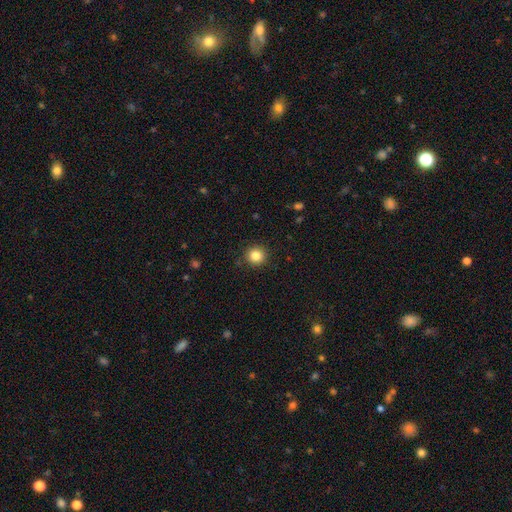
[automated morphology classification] This appears to be a smooth galaxy with no disk features (84%) that is round (94%). Merging: none (91%).